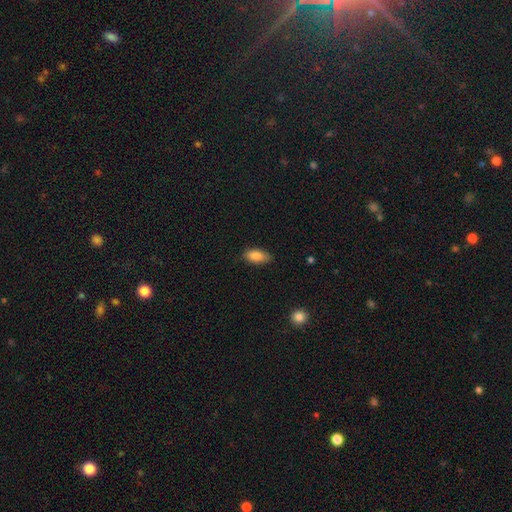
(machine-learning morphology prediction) Smooth or featured? smooth (87%)
How rounded? in between (90%)
Merging? none (79%)